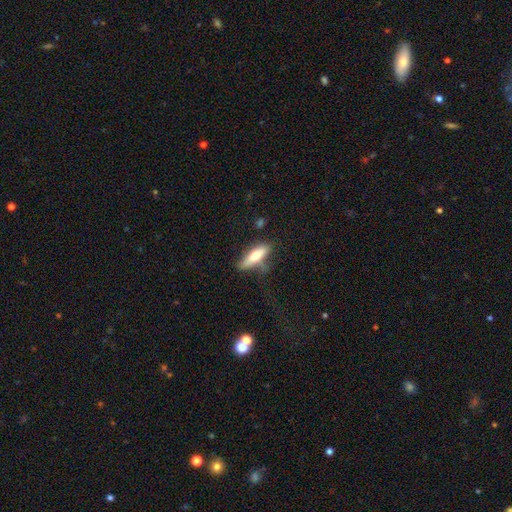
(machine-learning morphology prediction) smooth-or-featured: smooth: 68% | featured or disk: 25% | star or artifact: 6%
  how-rounded: cigar-shaped: 58% | in between: 40% | round: 2%
  merging: none: 61% | minor disturbance: 25% | major disturbance: 9% | merger: 5%